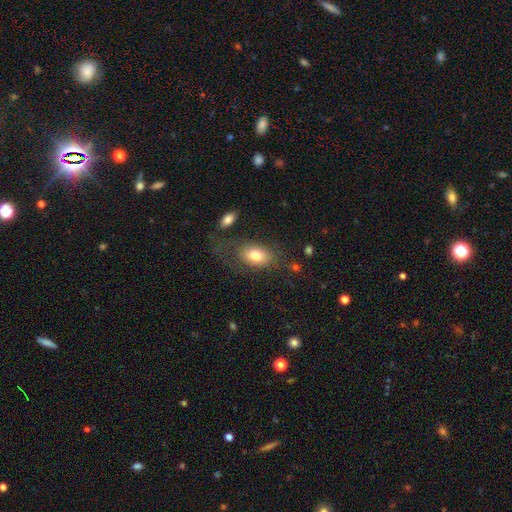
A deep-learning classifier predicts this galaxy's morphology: Smooth or featured: smooth — 77% (featured or disk — 15%)
How rounded: in between — 85% (round — 13%)
Merging: none — 65% (minor disturbance — 18%)